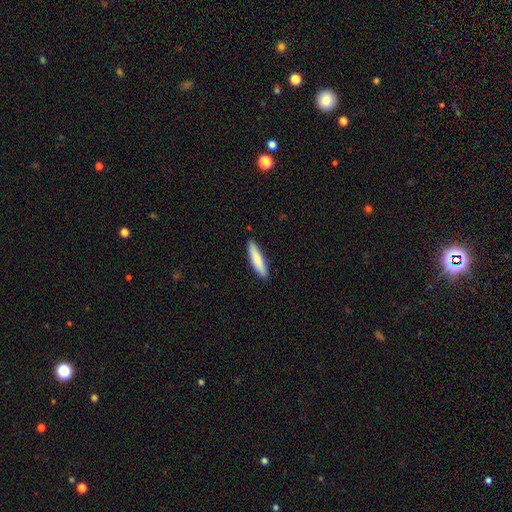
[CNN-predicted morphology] Overall: smooth (82%). How rounded: cigar-shaped (84%). Merging: none (90%).